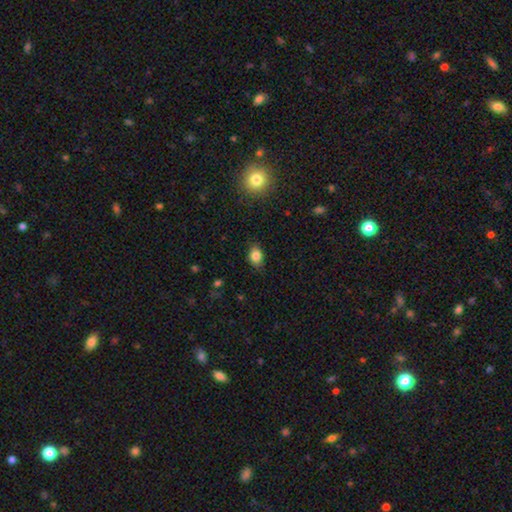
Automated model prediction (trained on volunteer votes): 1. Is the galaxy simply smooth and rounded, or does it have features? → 84% smooth, 10% star or artifact, 6% featured or disk.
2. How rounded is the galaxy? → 76% in between, 23% round, 2% cigar-shaped.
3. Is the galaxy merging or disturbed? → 82% none, 14% minor disturbance, 3% major disturbance, 1% merger.